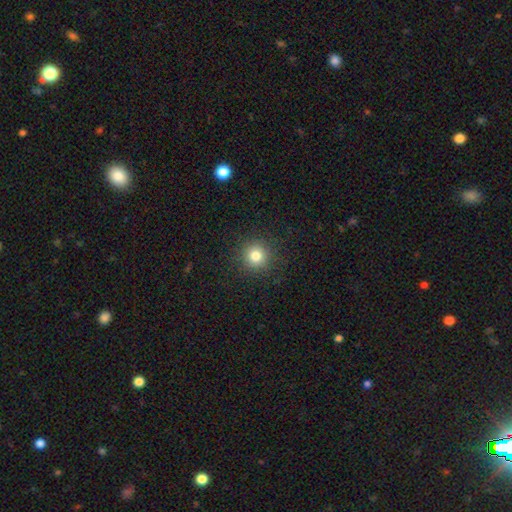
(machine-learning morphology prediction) Smooth or featured?
  - smooth: 80% *
  - star or artifact: 13%
  - featured or disk: 6%
How rounded?
  - round: 95% *
  - in between: 4%
  - cigar-shaped: 1%
Merging?
  - none: 91% *
  - minor disturbance: 6%
  - major disturbance: 2%
  - merger: 1%